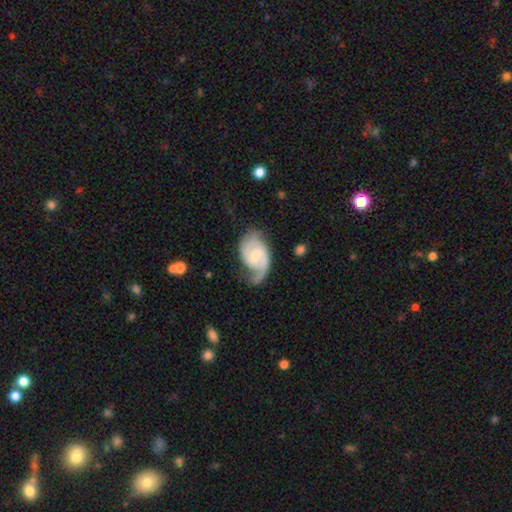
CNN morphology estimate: smooth_or_featured: featured or disk (p=0.83) [alt: smooth p=0.12]
disk_edge_on: no (p=0.98) [alt: yes p=0.02]
bar: weak (p=0.54) [alt: no p=0.34]
has_spiral_arms: yes (p=0.96) [alt: no p=0.04]
spiral_winding: medium (p=0.51) [alt: tight p=0.26]
spiral_arm_count: 2 (p=0.74) [alt: 1 p=0.16]
bulge_size: small (p=0.57) [alt: moderate p=0.30]
merging: none (p=0.52) [alt: minor disturbance p=0.27]